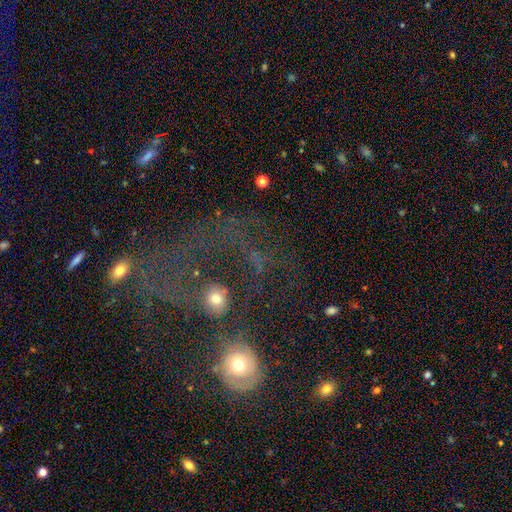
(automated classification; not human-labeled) smooth-or-featured: smooth: 41% | featured or disk: 31% | star or artifact: 28%
  merging: major disturbance: 39% | none: 31% | merger: 18% | minor disturbance: 11%